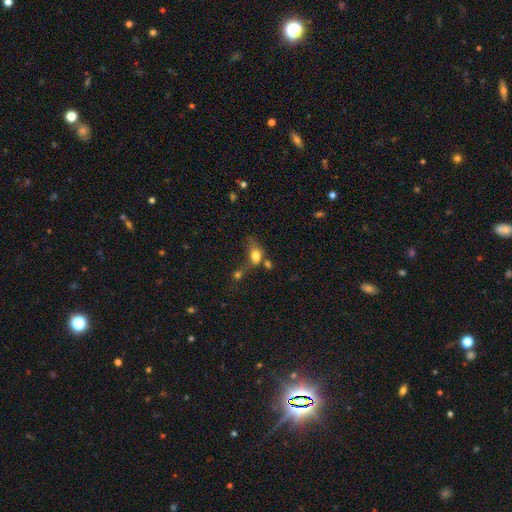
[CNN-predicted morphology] This appears to be a smooth galaxy with no disk features (74%) that is in between round and cigar-shaped (68%). Merging: merger (44%).